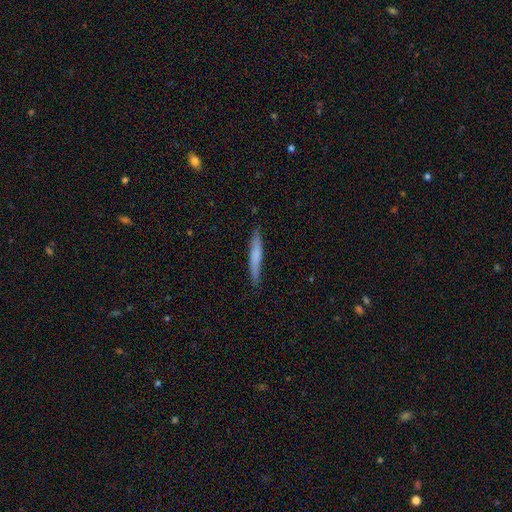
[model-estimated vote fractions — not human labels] smooth-or-featured: smooth: 66% | featured or disk: 28% | star or artifact: 6%
  how-rounded: cigar-shaped: 95% | in between: 4% | round: 1%
  merging: none: 86% | minor disturbance: 11% | major disturbance: 2% | merger: 1%